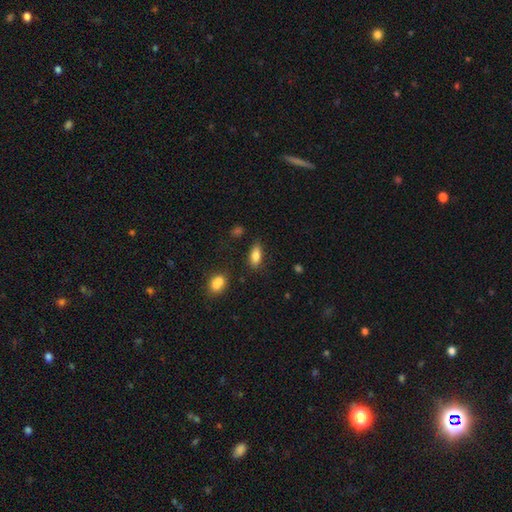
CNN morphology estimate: Smooth or featured: smooth — 82% (featured or disk — 9%)
How rounded: in between — 84% (cigar-shaped — 13%)
Merging: none — 80% (minor disturbance — 13%)